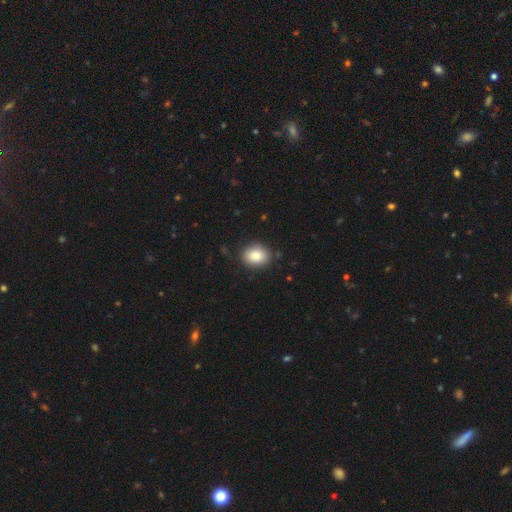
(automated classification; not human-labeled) This is clearly a smooth galaxy (86%). How rounded: possibly in between (53%). Merging: clearly none (86%).